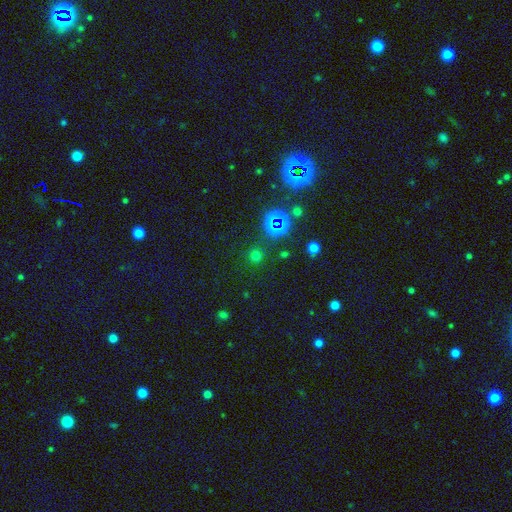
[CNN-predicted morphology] A smooth galaxy with no disk features (60%) that is round (92%).

Vote fractions:
- Smooth or featured? smooth: 60% / star or artifact: 34% / featured or disk: 6%
- How rounded? round: 92% / in between: 7% / cigar-shaped: 1%
- Merging? none: 85% / minor disturbance: 8% / major disturbance: 4% / merger: 3%